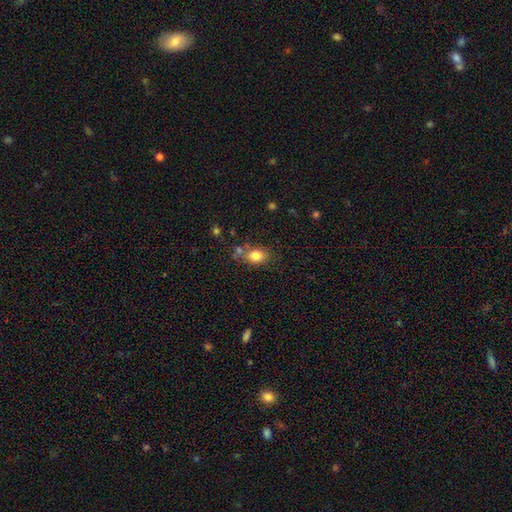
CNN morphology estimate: This is clearly a smooth galaxy (81%). How rounded: likely in between (67%). Merging: likely none (65%).